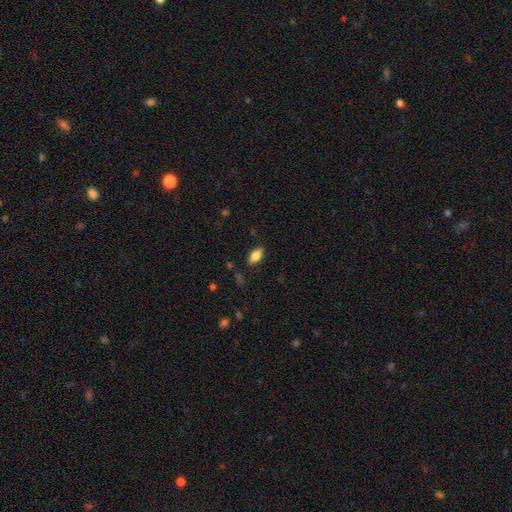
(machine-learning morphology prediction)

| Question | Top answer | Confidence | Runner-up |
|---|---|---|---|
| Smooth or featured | smooth | 81% | featured or disk (11%) |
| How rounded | in between | 88% | cigar-shaped (9%) |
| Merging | none | 85% | minor disturbance (11%) |